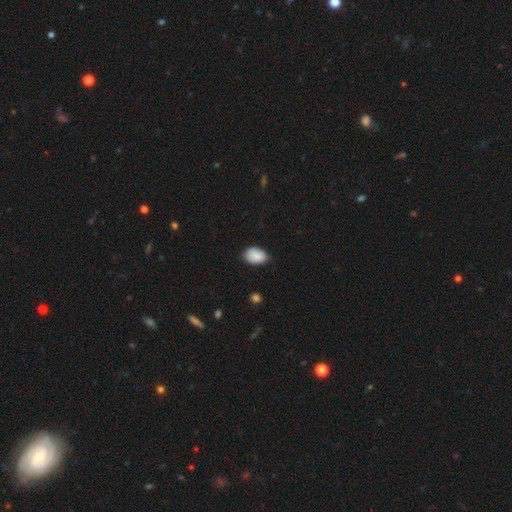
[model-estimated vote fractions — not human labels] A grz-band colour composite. It shows a smooth galaxy with no disk features (84%) that is in between round and cigar-shaped (81%). Merging: none (67%).